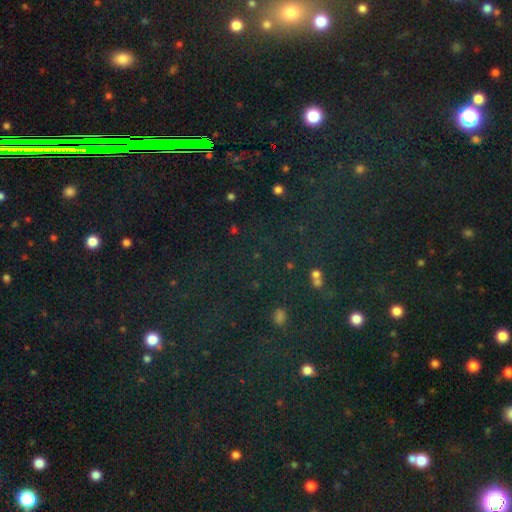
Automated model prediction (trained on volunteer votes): Overall: star or artifact (75%).